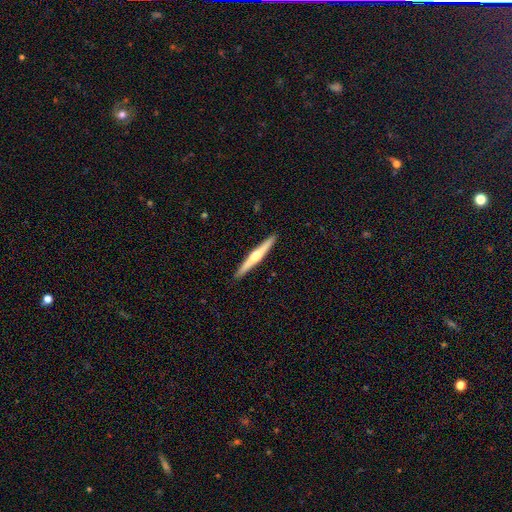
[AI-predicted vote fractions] Q: Smooth or featured?
A: featured or disk (63%); runner-up: smooth (32%)
Q: Edge-on disk?
A: yes (98%); runner-up: no (2%)
Q: Edge-on bulge?
A: rounded (86%); runner-up: none (10%)
Q: Merging?
A: none (92%); runner-up: minor disturbance (6%)